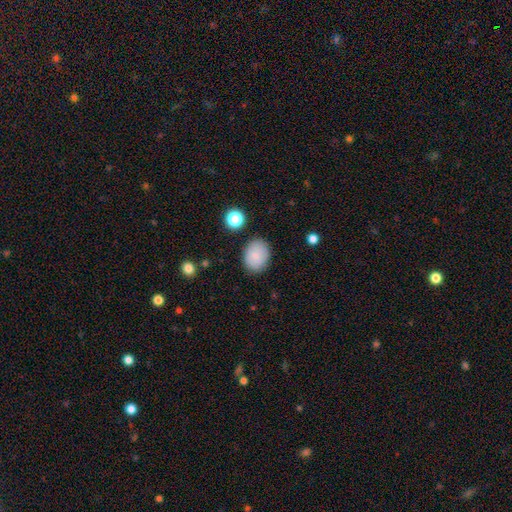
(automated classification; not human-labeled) The model was most divided on "how rounded": in between: 59%, round: 40%, cigar-shaped: 1%. More confident: merging — none (85%); smooth or featured — smooth (85%).